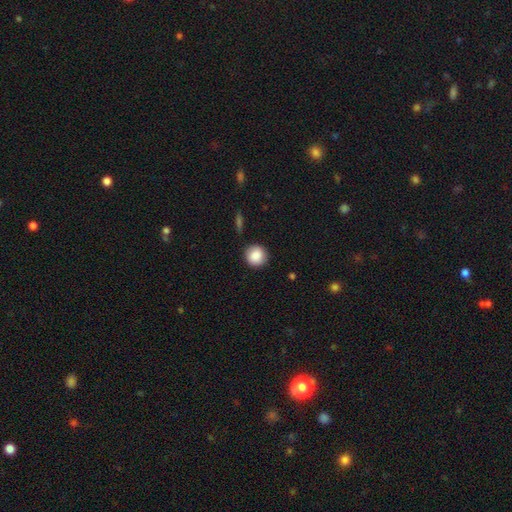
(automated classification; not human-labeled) The model was most divided on "merging": none: 88%, minor disturbance: 9%, major disturbance: 2%, merger: 1%. More confident: how rounded — round (93%); smooth or featured — smooth (88%).